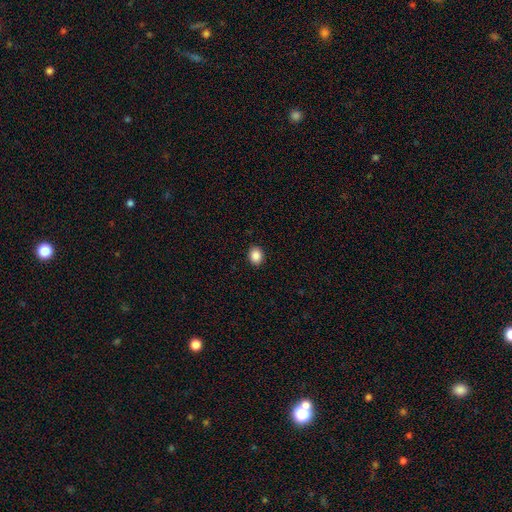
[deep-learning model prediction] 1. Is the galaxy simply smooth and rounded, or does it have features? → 88% smooth, 9% star or artifact, 3% featured or disk.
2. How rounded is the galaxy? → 61% round, 38% in between, 1% cigar-shaped.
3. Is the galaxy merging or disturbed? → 91% none, 6% minor disturbance, 2% major disturbance, 1% merger.